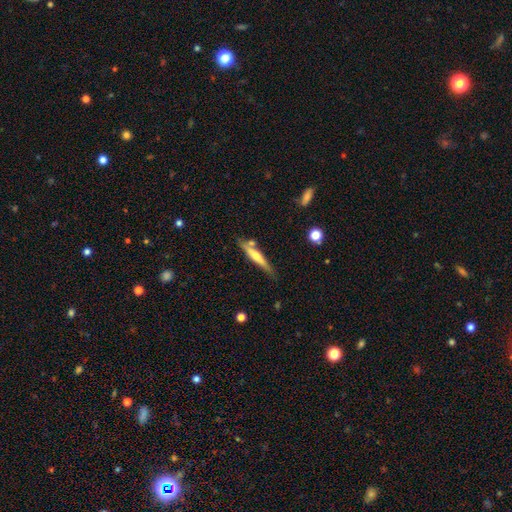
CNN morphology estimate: Smooth or featured: featured or disk — 53% (smooth — 41%)
Edge-on disk: yes — 92% (no — 8%)
Merging: none — 70% (minor disturbance — 17%)